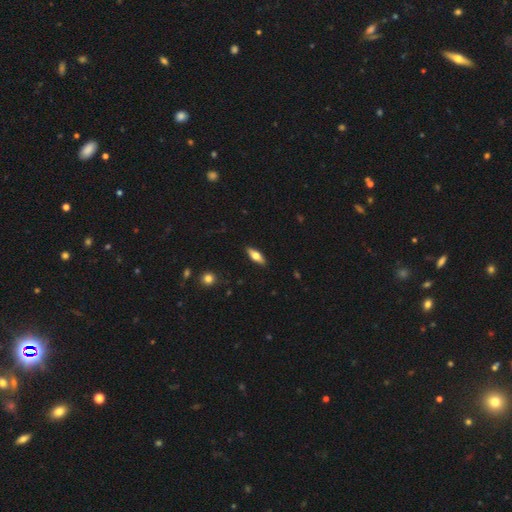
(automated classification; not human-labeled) smooth_or_featured: smooth (p=0.58) [alt: featured or disk p=0.36]
how_rounded: in between (p=0.60) [alt: cigar-shaped p=0.37]
merging: none (p=0.89) [alt: minor disturbance p=0.08]